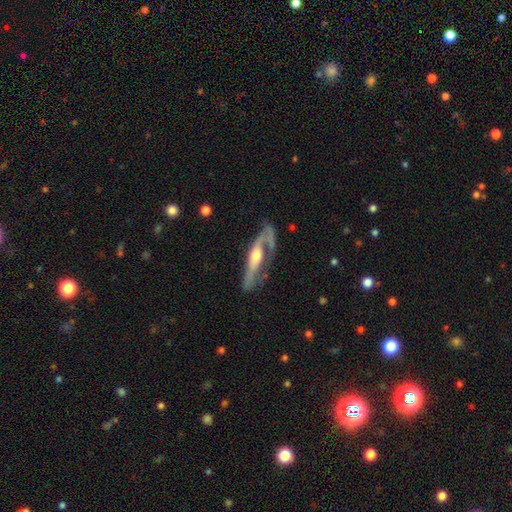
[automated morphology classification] The model was most divided on "merging": none: 43%, major disturbance: 29%, minor disturbance: 23%, merger: 5%. More confident: smooth or featured — featured or disk (75%); edge-on disk — no (62%).